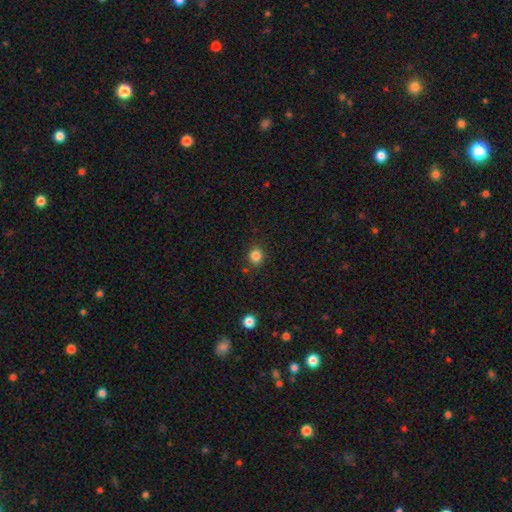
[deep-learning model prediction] smooth_or_featured: smooth (p=0.84) [alt: star or artifact p=0.12]
how_rounded: round (p=0.77) [alt: in between p=0.22]
merging: none (p=0.86) [alt: minor disturbance p=0.09]